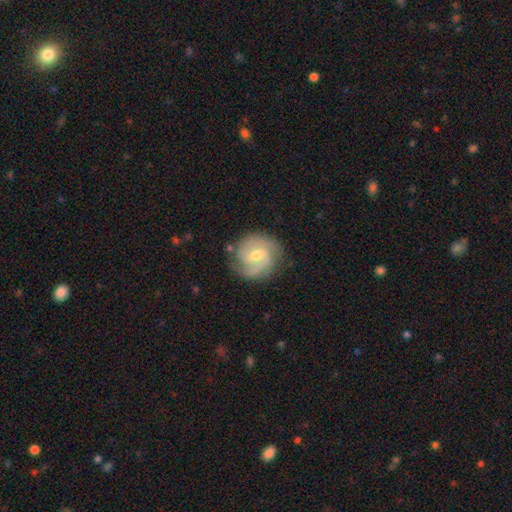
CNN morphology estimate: Smooth or featured?
  - featured or disk: 84% *
  - smooth: 11%
  - star or artifact: 5%
Edge-on disk?
  - no: 98% *
  - yes: 2%
Bar?
  - weak: 56% *
  - no: 30%
  - strong: 14%
Spiral arms?
  - yes: 96% *
  - no: 4%
Spiral winding?
  - tight: 47% *
  - medium: 42%
  - loose: 11%
Spiral arm count?
  - 2: 53% *
  - 3: 24%
  - can't tell: 13%
  - 1: 4%
  - 4: 4%
  - more than 4: 3%
Bulge size?
  - moderate: 56% *
  - small: 40%
  - large: 2%
  - none: 1%
  - dominant: 1%
Merging?
  - none: 80% *
  - minor disturbance: 14%
  - major disturbance: 4%
  - merger: 2%